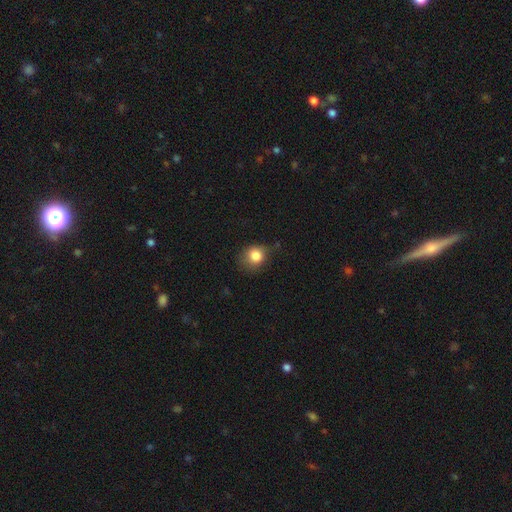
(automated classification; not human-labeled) Overall: smooth (83%). How rounded: round (70%). Merging: none (59%; minor disturbance 30%).